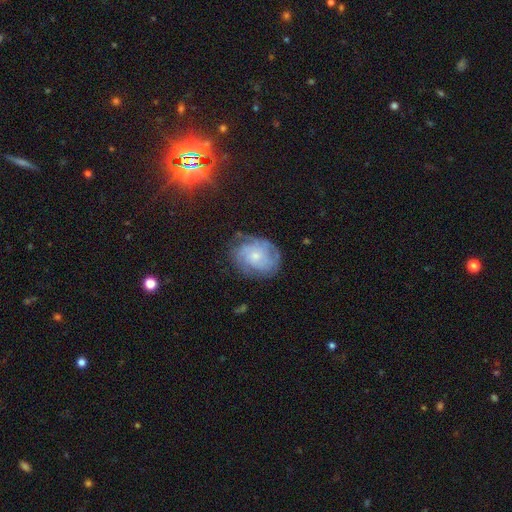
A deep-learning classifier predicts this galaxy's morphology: featured or disk 65%, smooth 27%, star or artifact 8%. Down the decision tree: edge-on disk — no (97%); bar — no (80%); spiral arms — yes (85%); spiral arm count — can't tell (49%); spiral winding — tight (58%); bulge size — small (67%); merging — none (66%).